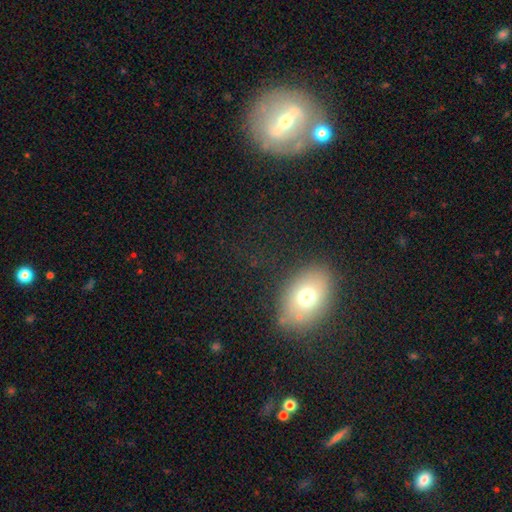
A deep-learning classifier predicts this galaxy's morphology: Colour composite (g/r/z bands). It shows a smooth galaxy with no disk features (46%). Merging: none (74%).